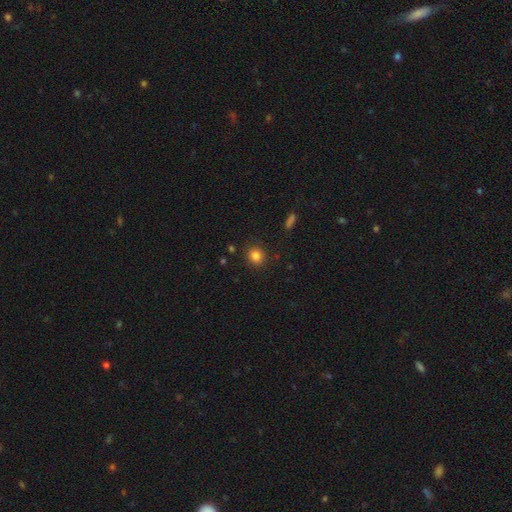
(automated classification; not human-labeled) Morphology: type=smooth (84%); roundness=round (84%); merging=none (89%).